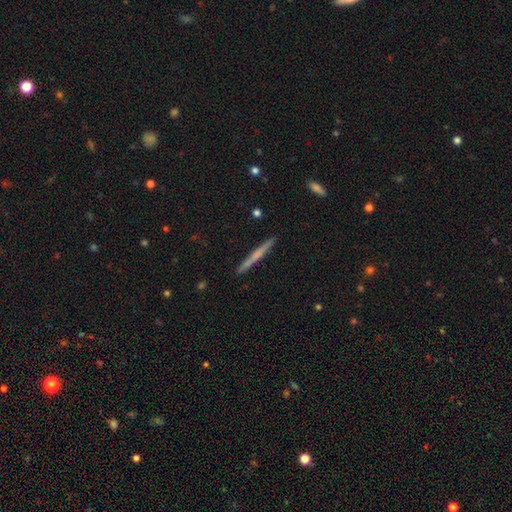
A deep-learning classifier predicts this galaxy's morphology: Smooth or featured? smooth (48%)
Merging? none (91%)